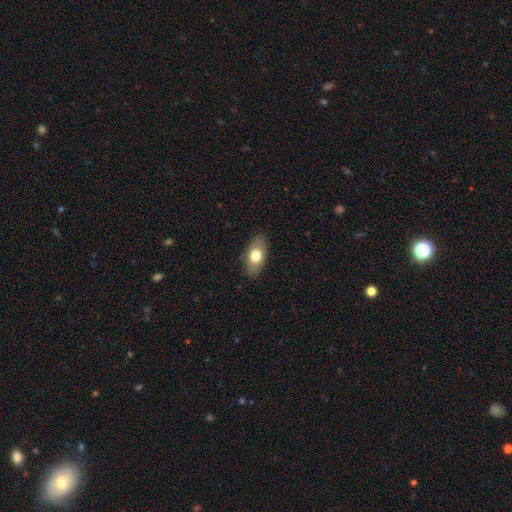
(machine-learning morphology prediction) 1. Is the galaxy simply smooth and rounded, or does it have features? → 72% smooth, 21% featured or disk, 7% star or artifact.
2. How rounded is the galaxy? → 89% in between, 6% round, 4% cigar-shaped.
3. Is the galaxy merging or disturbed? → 85% none, 11% minor disturbance, 3% major disturbance, 1% merger.